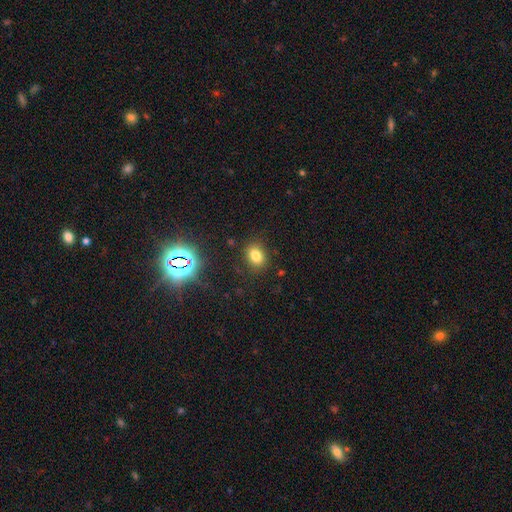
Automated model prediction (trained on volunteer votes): Smooth or featured: smooth — 77% (star or artifact — 15%)
How rounded: in between — 62% (round — 36%)
Merging: none — 85% (minor disturbance — 10%)